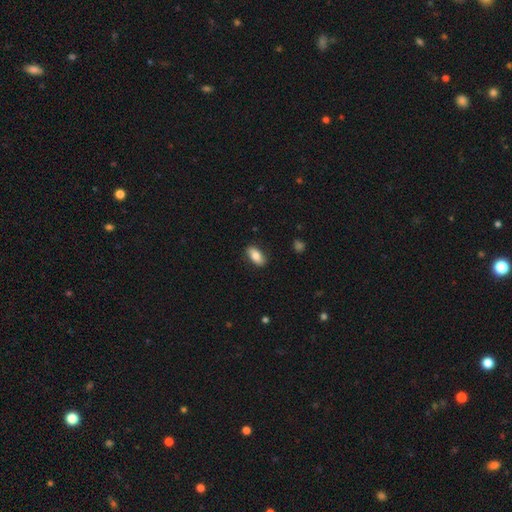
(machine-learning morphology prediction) Q: Smooth or featured?
A: smooth (79%); runner-up: featured or disk (14%)
Q: How rounded?
A: in between (87%); runner-up: cigar-shaped (10%)
Q: Merging?
A: none (87%); runner-up: minor disturbance (10%)